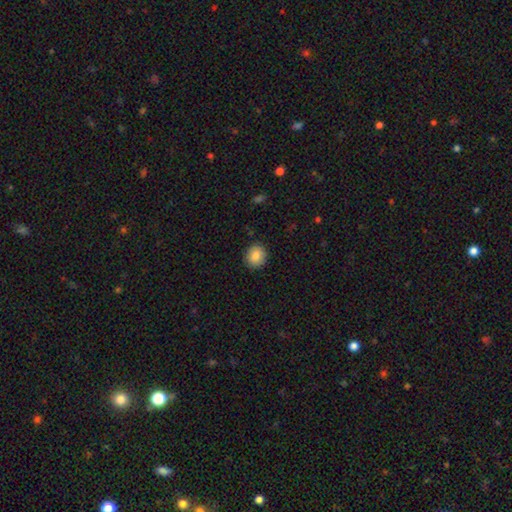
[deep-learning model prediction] This is clearly a smooth galaxy (85%). How rounded: clearly round (85%). Merging: clearly none (90%).